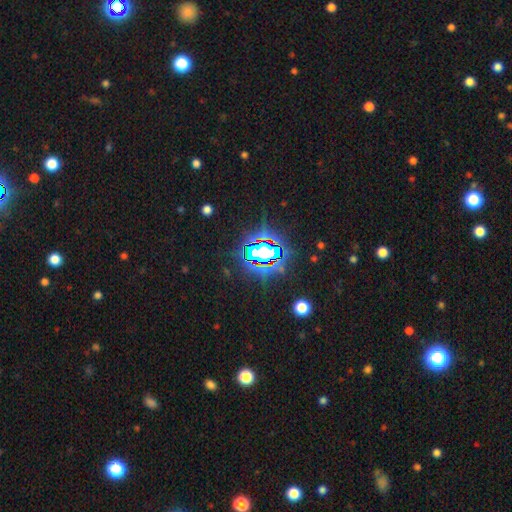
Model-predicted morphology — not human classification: This appears to be a star or artifact, not a galaxy (75%).